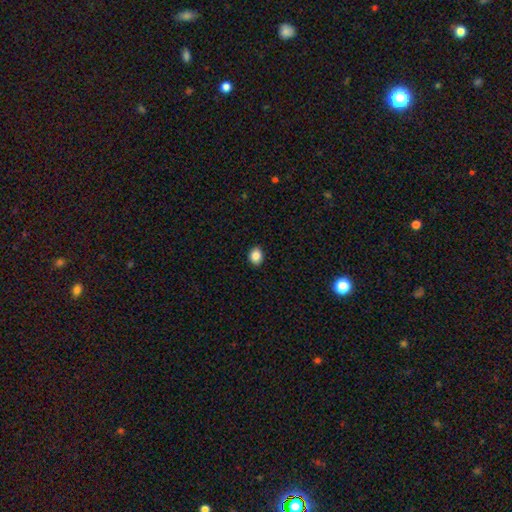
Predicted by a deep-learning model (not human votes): Smooth or featured: smooth — 87% (star or artifact — 9%)
How rounded: round — 52% (in between — 47%)
Merging: none — 91% (minor disturbance — 6%)